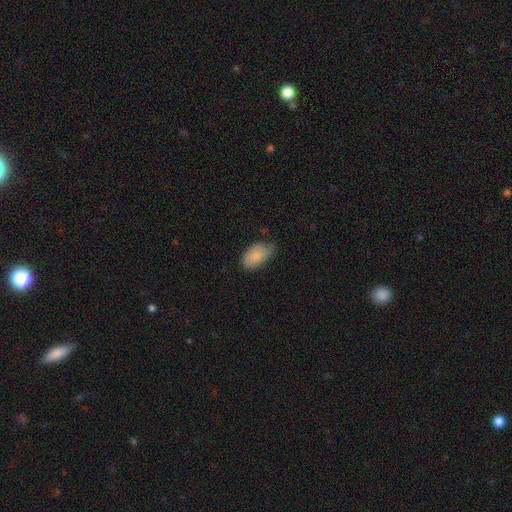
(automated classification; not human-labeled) A smooth galaxy with no disk features (85%) that is in between round and cigar-shaped (93%).

Vote fractions:
- Smooth or featured? smooth: 85% / featured or disk: 9% / star or artifact: 7%
- How rounded? in between: 93% / round: 5% / cigar-shaped: 2%
- Merging? none: 59% / minor disturbance: 34% / major disturbance: 6% / merger: 1%